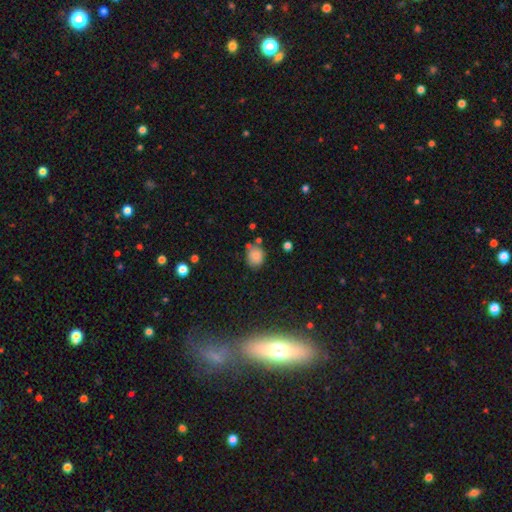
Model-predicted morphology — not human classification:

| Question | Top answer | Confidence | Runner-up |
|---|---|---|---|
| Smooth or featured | smooth | 81% | star or artifact (11%) |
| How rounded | round | 71% | in between (28%) |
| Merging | none | 69% | minor disturbance (18%) |